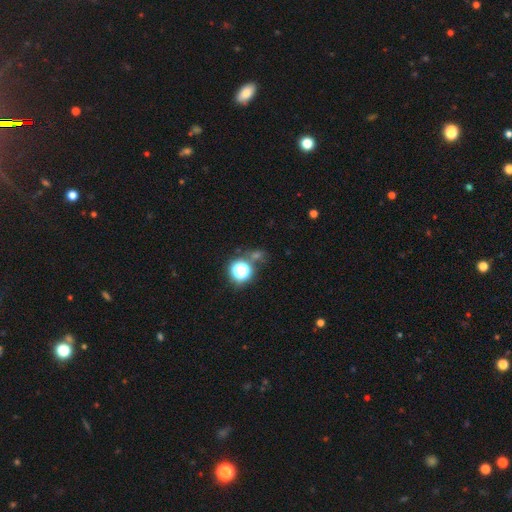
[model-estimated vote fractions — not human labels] Smooth or featured?
  - star or artifact: 59% *
  - smooth: 33%
  - featured or disk: 9%